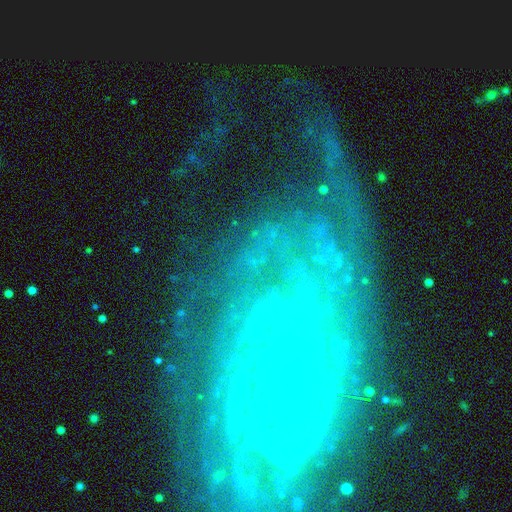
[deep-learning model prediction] Smooth or featured: featured or disk — 75% (star or artifact — 15%)
Edge-on disk: no — 95% (yes — 5%)
Bar: no — 62% (weak — 25%)
Spiral arms: yes — 89% (no — 11%)
Spiral winding: tight — 71% (medium — 21%)
Spiral arm count: can't tell — 36% (2 — 17%)
Bulge size: small — 71% (moderate — 13%)
Merging: none — 65% (minor disturbance — 17%)